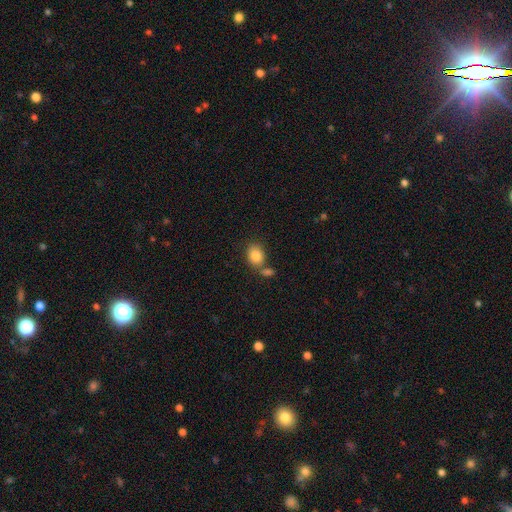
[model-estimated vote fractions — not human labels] Overall: smooth (84%). How rounded: in between (61%; round 38%). Merging: none (57%; merger 26%).